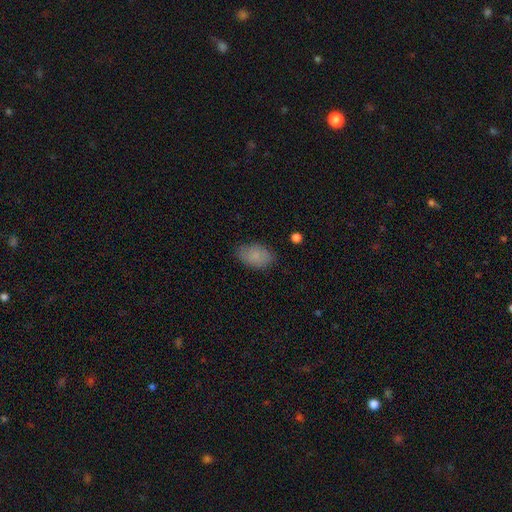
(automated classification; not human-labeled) Smooth or featured: smooth — 84% (featured or disk — 8%)
How rounded: in between — 88% (round — 11%)
Merging: none — 81% (minor disturbance — 14%)